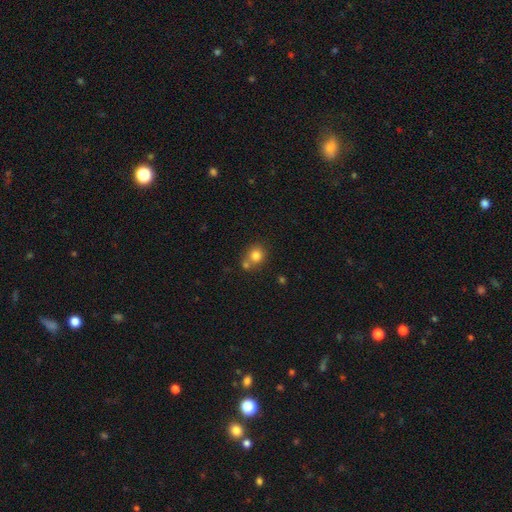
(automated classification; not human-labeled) Q: Smooth or featured?
A: smooth (79%); runner-up: star or artifact (12%)
Q: How rounded?
A: round (83%); runner-up: in between (16%)
Q: Merging?
A: none (57%); runner-up: merger (31%)